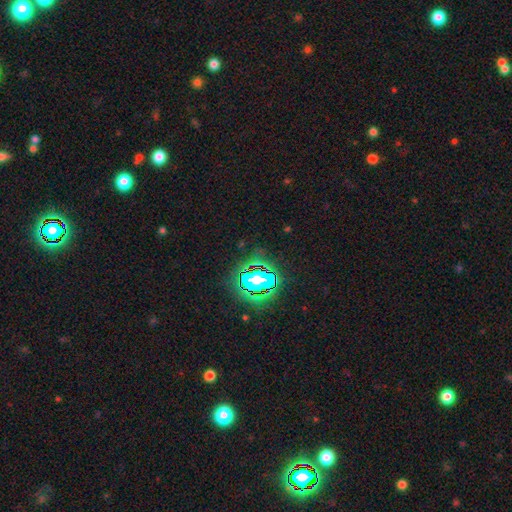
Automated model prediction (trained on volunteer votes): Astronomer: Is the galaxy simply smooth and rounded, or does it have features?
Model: star or artifact — 77%.